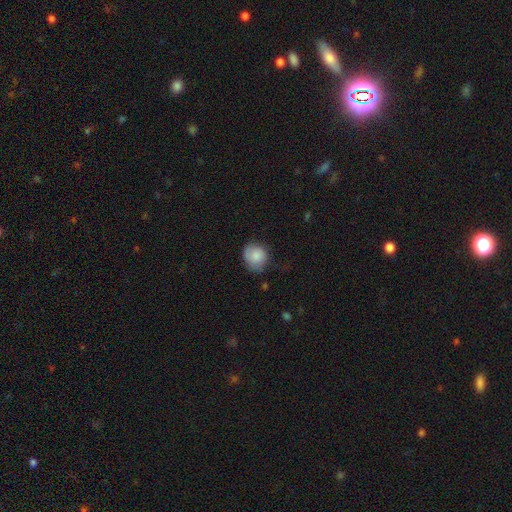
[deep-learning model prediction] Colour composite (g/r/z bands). It shows a smooth galaxy with no disk features (79%) that is round (80%). Merging: none (63%).